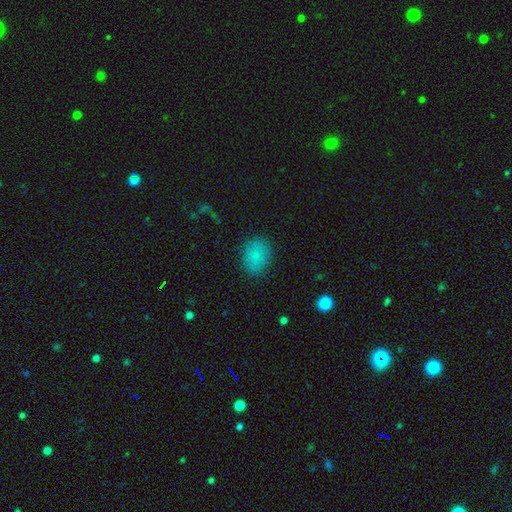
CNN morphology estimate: smooth_or_featured: smooth (p=0.83) [alt: star or artifact p=0.10]
how_rounded: in between (p=0.62) [alt: round p=0.37]
merging: none (p=0.85) [alt: minor disturbance p=0.11]